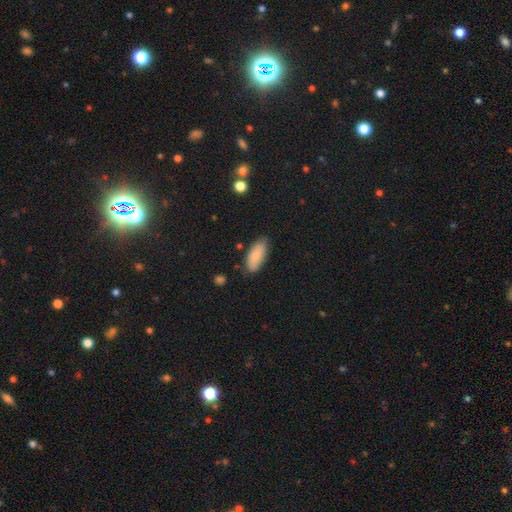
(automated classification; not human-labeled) smooth_or_featured: smooth (p=0.85) [alt: featured or disk p=0.09]
how_rounded: in between (p=0.84) [alt: cigar-shaped p=0.14]
merging: none (p=0.77) [alt: minor disturbance p=0.18]